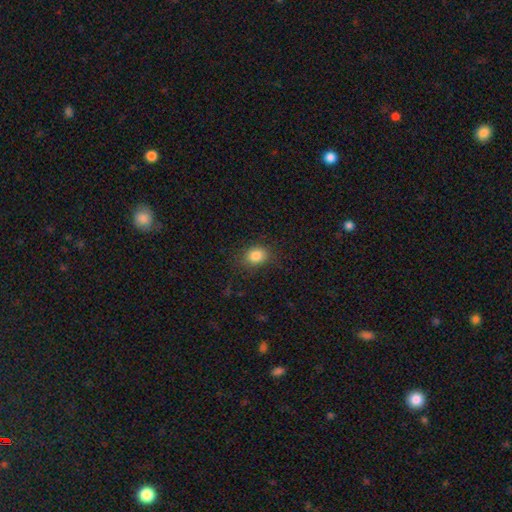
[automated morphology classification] smooth-or-featured: smooth: 84% | star or artifact: 10% | featured or disk: 6%
  how-rounded: in between: 54% | round: 45% | cigar-shaped: 1%
  merging: none: 83% | minor disturbance: 12% | major disturbance: 4% | merger: 1%